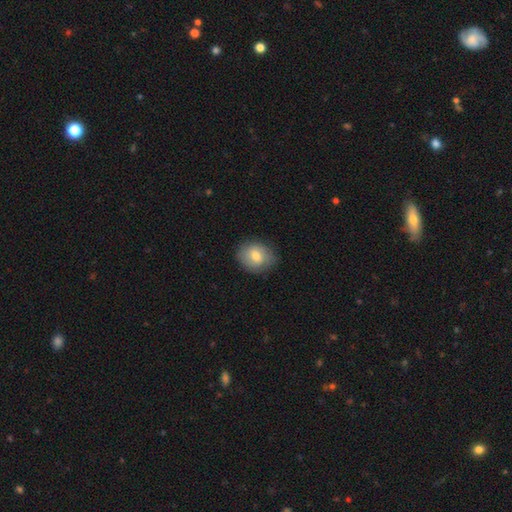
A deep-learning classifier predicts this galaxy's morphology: The model was most divided on "how rounded": round: 59%, in between: 40%, cigar-shaped: 1%. More confident: merging — none (81%); smooth or featured — smooth (73%).